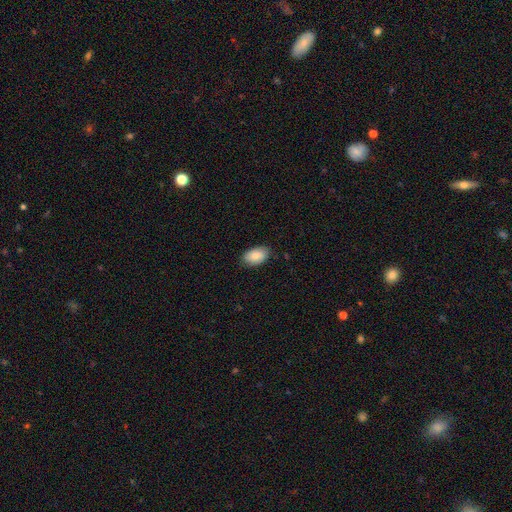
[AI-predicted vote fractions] Smooth or featured? Predicted: smooth (p=0.87). How rounded? Predicted: in between (p=0.93). Merging? Predicted: none (p=0.84).